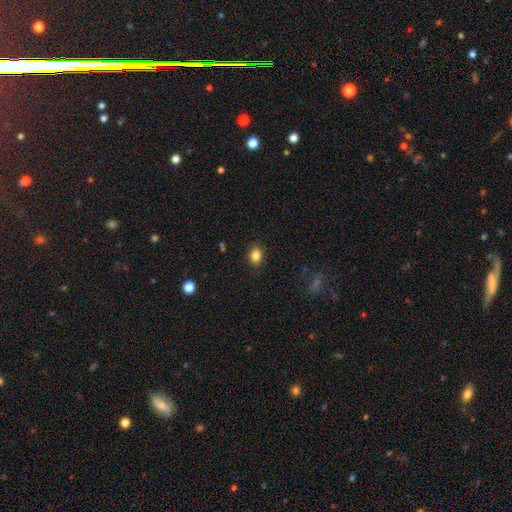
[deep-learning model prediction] A smooth galaxy with no disk features (84%) that is in between round and cigar-shaped (70%). Merging: none (87%).